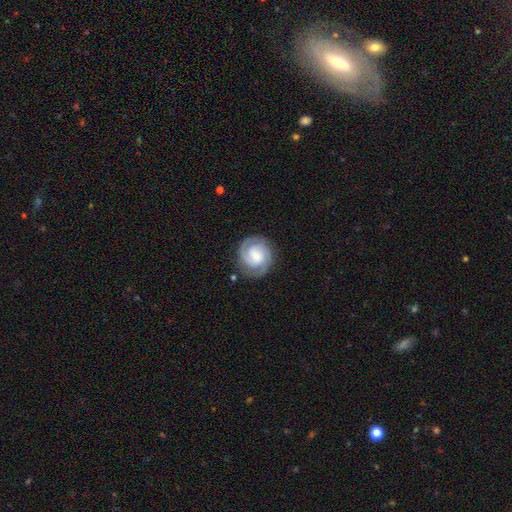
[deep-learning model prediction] Q: Smooth or featured?
A: featured or disk (80%); runner-up: smooth (15%)
Q: Edge-on disk?
A: no (98%); runner-up: yes (2%)
Q: Bar?
A: no (51%); runner-up: weak (39%)
Q: Spiral arms?
A: yes (97%); runner-up: no (3%)
Q: Spiral winding?
A: tight (65%); runner-up: medium (30%)
Q: Spiral arm count?
A: 2 (74%); runner-up: 3 (11%)
Q: Bulge size?
A: small (42%); runner-up: moderate (33%)
Q: Merging?
A: none (82%); runner-up: minor disturbance (12%)